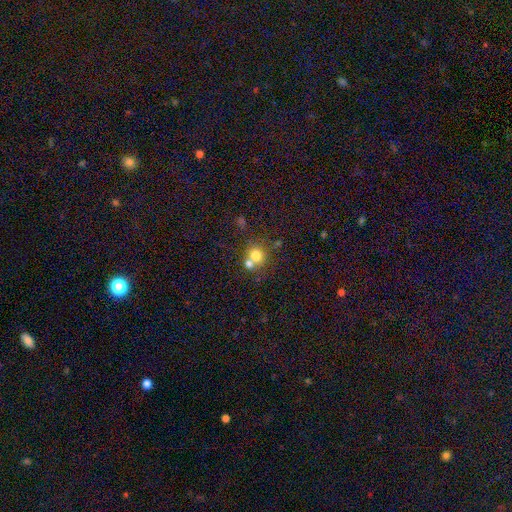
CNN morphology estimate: A smooth galaxy with no disk features (75%) that is round (83%). Merging: none (48%).